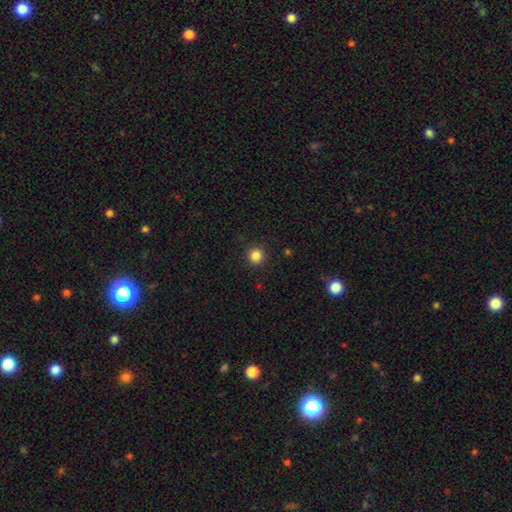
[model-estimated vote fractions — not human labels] This is clearly a smooth galaxy (85%). How rounded: clearly round (95%). Merging: clearly none (92%).